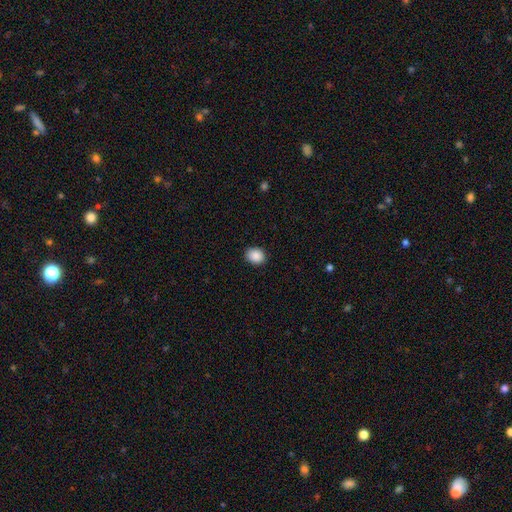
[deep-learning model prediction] Overall: smooth (89%). How rounded: in between (53%; round 46%). Merging: none (90%).